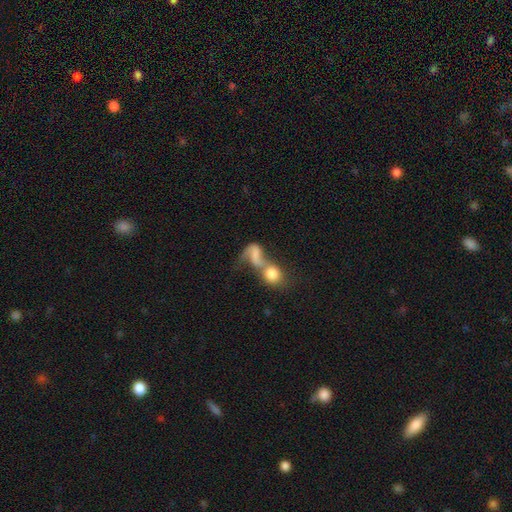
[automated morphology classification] This appears to be a smooth galaxy with no disk features (57%) that is in between round and cigar-shaped (58%). Merging: merger (75%).